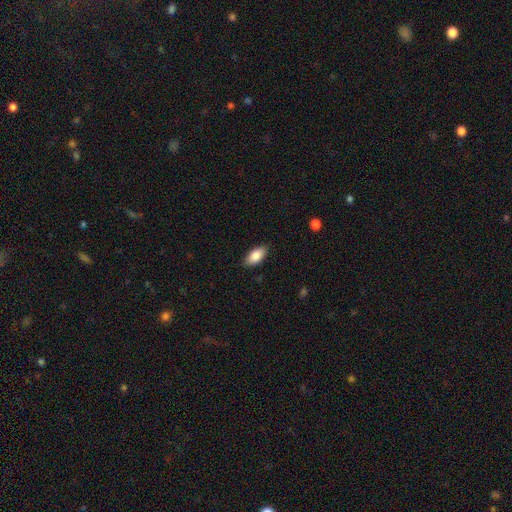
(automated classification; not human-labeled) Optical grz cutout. It shows a smooth galaxy with no disk features (84%) that is in between round and cigar-shaped (91%). Merging: none (86%).